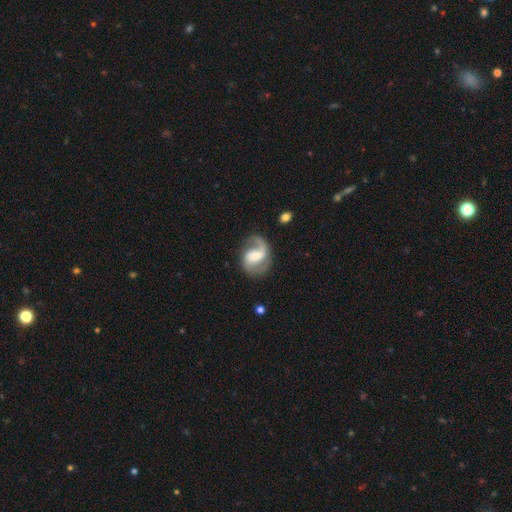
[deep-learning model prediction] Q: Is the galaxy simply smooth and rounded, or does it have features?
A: featured or disk — 83%.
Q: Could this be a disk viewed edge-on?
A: no — 98%.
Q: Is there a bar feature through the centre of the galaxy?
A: weak — 47%.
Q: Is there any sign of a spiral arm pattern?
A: yes — 95%.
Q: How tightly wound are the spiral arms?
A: medium — 47%.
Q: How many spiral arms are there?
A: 2 — 76%.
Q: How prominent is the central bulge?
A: moderate — 51%.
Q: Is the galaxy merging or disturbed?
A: none — 71%.